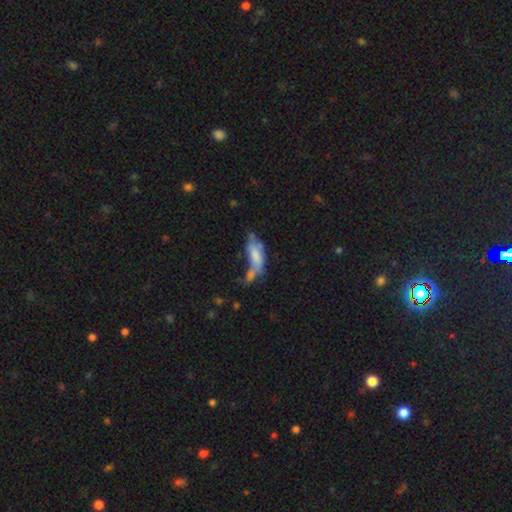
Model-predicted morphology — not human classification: This is possibly a smooth galaxy (59%). How rounded: likely in between (70%). Merging: marginally merger (32%).